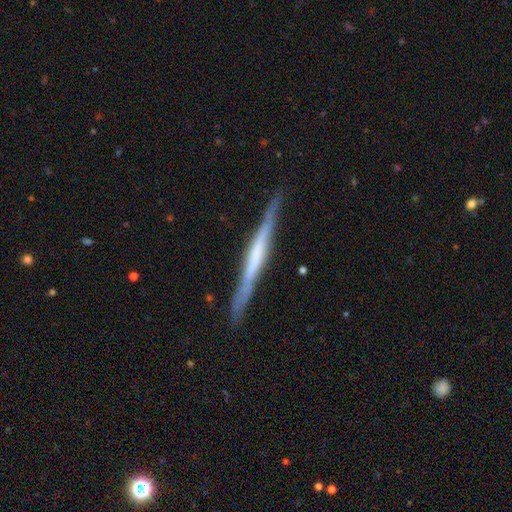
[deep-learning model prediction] This is likely a featured or disk galaxy (71%). It is clearly viewed edge-on (97%). Edge-on bulge: possibly none (46%). Merging: clearly none (88%).